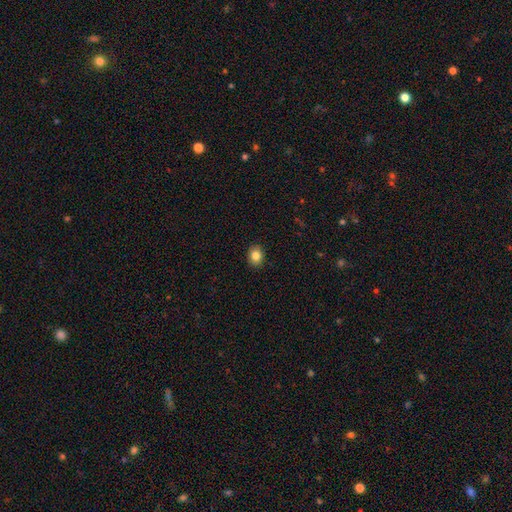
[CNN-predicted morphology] Q: Smooth or featured?
A: smooth (84%); runner-up: star or artifact (9%)
Q: How rounded?
A: round (52%); runner-up: in between (47%)
Q: Merging?
A: none (90%); runner-up: minor disturbance (7%)